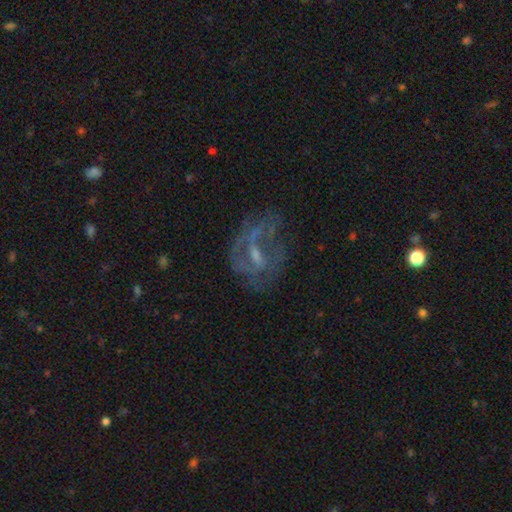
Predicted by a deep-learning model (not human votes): Smooth or featured?
  - featured or disk: 70% *
  - smooth: 19%
  - star or artifact: 11%
Edge-on disk?
  - no: 95% *
  - yes: 5%
Bar?
  - weak: 47% *
  - no: 33%
  - strong: 21%
Spiral arms?
  - yes: 56% *
  - no: 44%
Bulge size?
  - small: 43% *
  - moderate: 34%
  - none: 19%
  - large: 3%
  - dominant: 1%
Merging?
  - none: 46% *
  - major disturbance: 31%
  - minor disturbance: 20%
  - merger: 3%